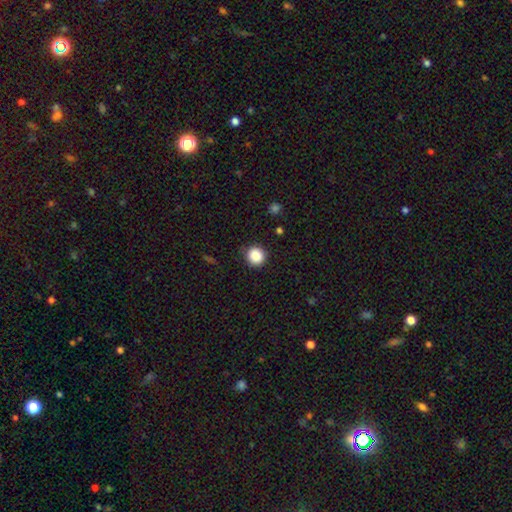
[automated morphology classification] This appears to be a smooth galaxy with no disk features (87%) that is round (92%). Merging: none (86%).